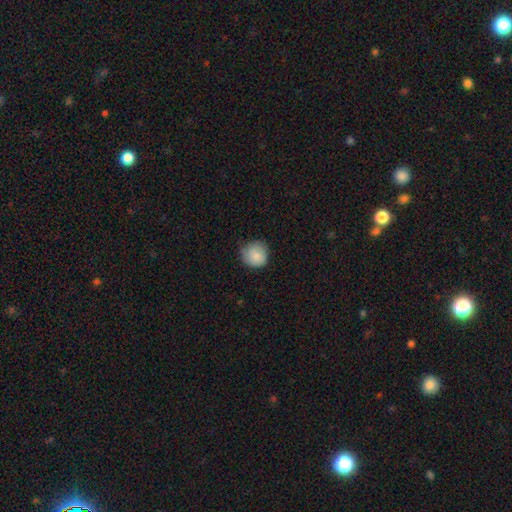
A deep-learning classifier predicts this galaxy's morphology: A smooth galaxy with no disk features (87%) that is round (92%). Merging: none (73%).